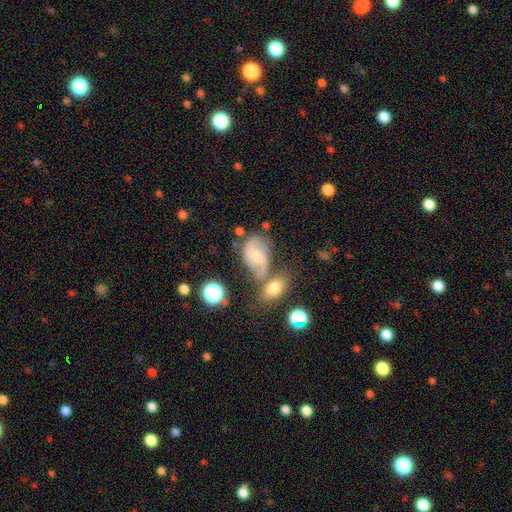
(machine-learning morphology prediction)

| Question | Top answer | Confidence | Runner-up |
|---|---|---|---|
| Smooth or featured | featured or disk | 52% | smooth (36%) |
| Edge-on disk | no | 96% | yes (4%) |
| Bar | no | 49% | weak (42%) |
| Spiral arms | yes | 79% | no (21%) |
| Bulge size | moderate | 47% | small (36%) |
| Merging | none | 40% | merger (29%) |